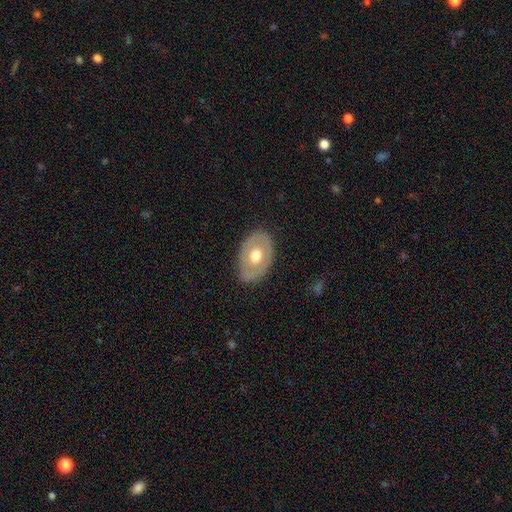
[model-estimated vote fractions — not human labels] This appears to be a featured or disk galaxy (49%). Merging: none (81%).